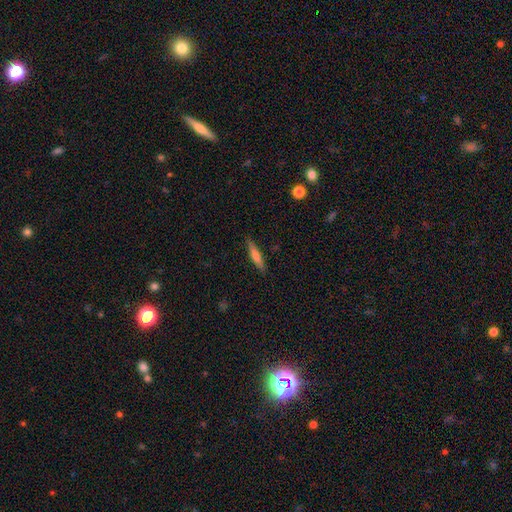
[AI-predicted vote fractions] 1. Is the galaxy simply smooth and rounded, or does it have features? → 61% smooth, 33% featured or disk, 6% star or artifact.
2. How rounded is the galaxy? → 88% cigar-shaped, 10% in between, 2% round.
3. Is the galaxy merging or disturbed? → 88% none, 9% minor disturbance, 2% major disturbance, 1% merger.